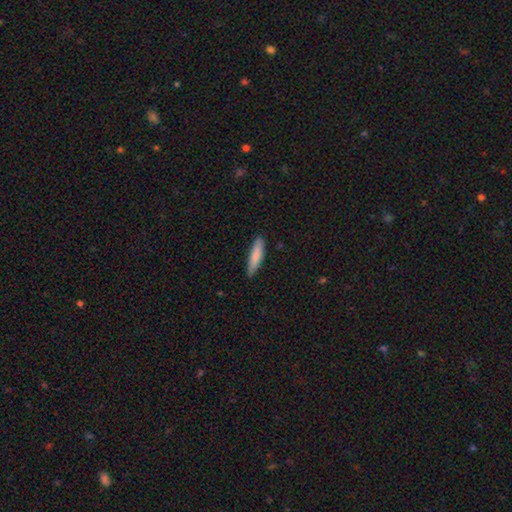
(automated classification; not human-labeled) Smooth or featured?
  - smooth: 81% *
  - featured or disk: 14%
  - star or artifact: 6%
How rounded?
  - cigar-shaped: 79% *
  - in between: 20%
  - round: 1%
Merging?
  - none: 84% *
  - minor disturbance: 12%
  - major disturbance: 2%
  - merger: 1%